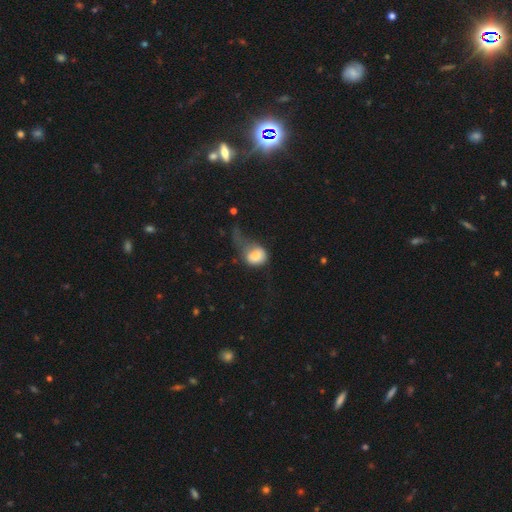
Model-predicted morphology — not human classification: Smooth or featured? smooth (74%)
How rounded? round (62%)
Merging? major disturbance (56%)